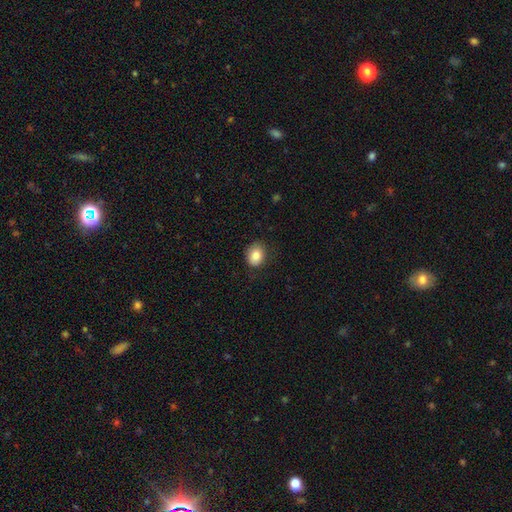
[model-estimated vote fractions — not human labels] A smooth galaxy with no disk features (84%) that is round (52%). Merging: none (79%).